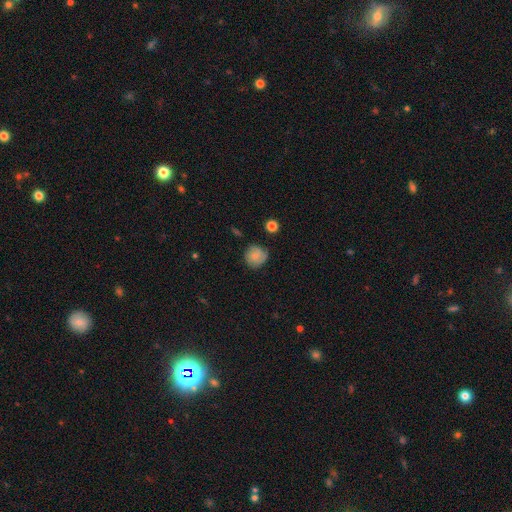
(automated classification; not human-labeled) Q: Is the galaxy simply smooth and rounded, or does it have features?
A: smooth — 72%.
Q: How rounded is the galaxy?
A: round — 87%.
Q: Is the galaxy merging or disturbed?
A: none — 69%.